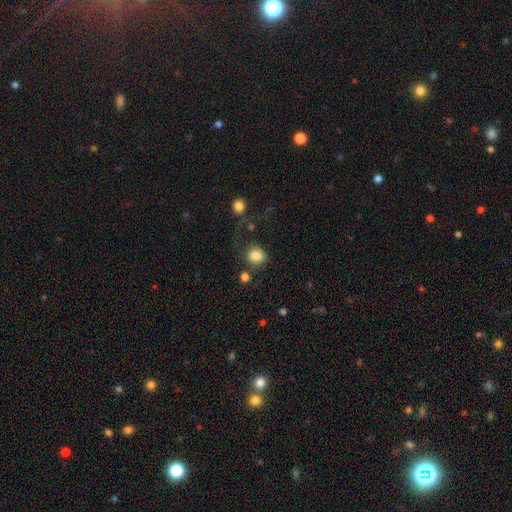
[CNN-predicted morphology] This appears to be a smooth galaxy with no disk features (85%) that is round (78%). Merging: none (69%).